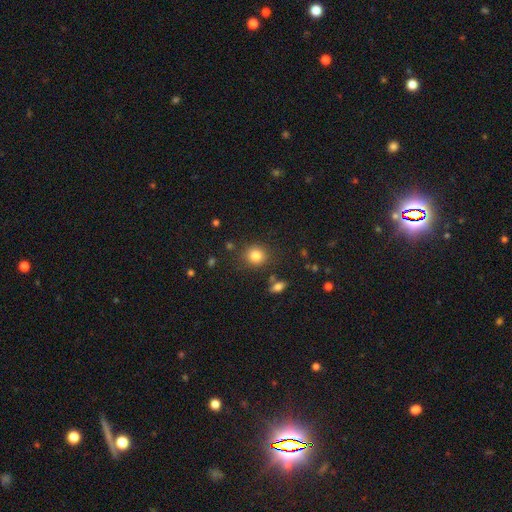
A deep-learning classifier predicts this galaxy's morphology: The model was most divided on "how rounded": round: 83%, in between: 16%, cigar-shaped: 1%. More confident: smooth or featured — smooth (83%); merging — none (83%).